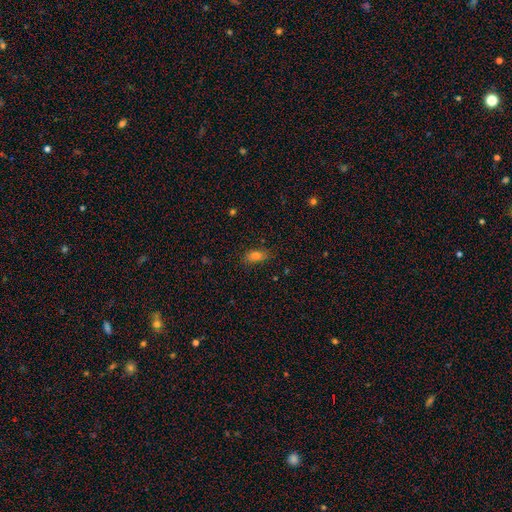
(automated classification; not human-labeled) Smooth or featured? smooth (79%)
How rounded? in between (83%)
Merging? none (81%)